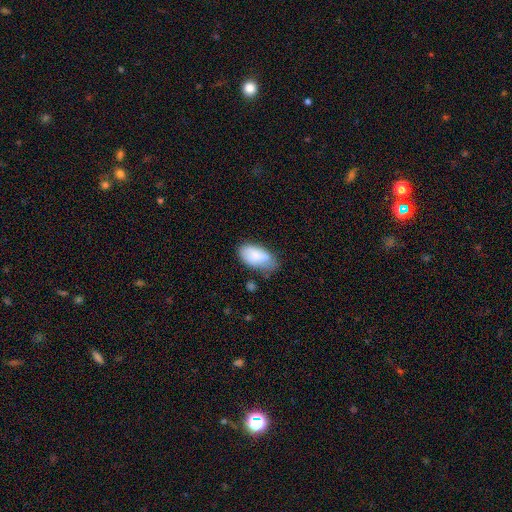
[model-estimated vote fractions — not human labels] Q: Smooth or featured?
A: smooth (80%); runner-up: featured or disk (13%)
Q: How rounded?
A: in between (94%); runner-up: round (4%)
Q: Merging?
A: none (47%); runner-up: minor disturbance (37%)